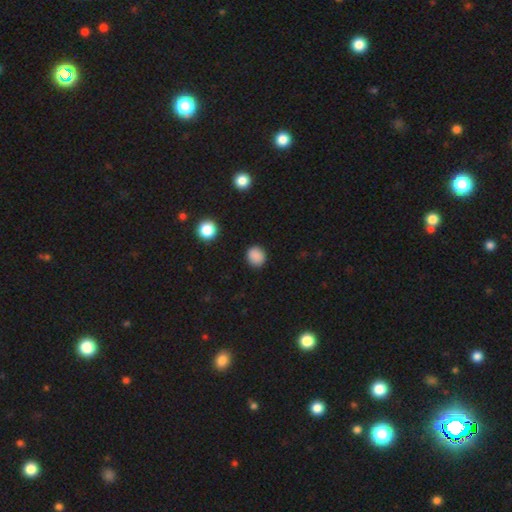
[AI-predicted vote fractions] Smooth or featured? smooth (87%)
How rounded? round (80%)
Merging? none (88%)